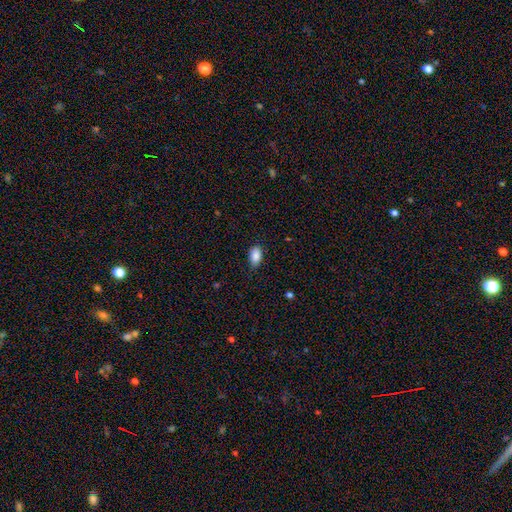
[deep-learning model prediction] Smooth or featured? smooth (88%)
How rounded? in between (91%)
Merging? none (77%)